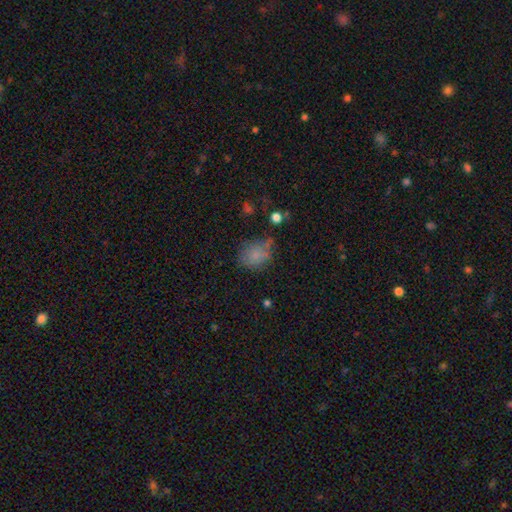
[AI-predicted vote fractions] A smooth galaxy with no disk features (77%) that is round (50%).

Vote fractions:
- Smooth or featured? smooth: 77% / star or artifact: 12% / featured or disk: 11%
- How rounded? round: 50% / in between: 49% / cigar-shaped: 1%
- Merging? none: 56% / minor disturbance: 26% / major disturbance: 11% / merger: 7%